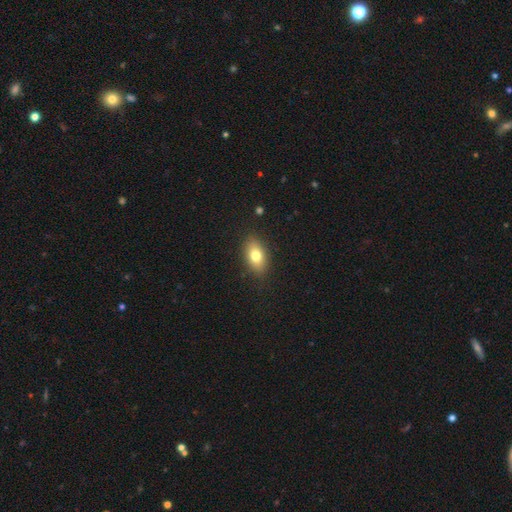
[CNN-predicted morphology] Smooth or featured? smooth (77%)
How rounded? in between (86%)
Merging? none (87%)